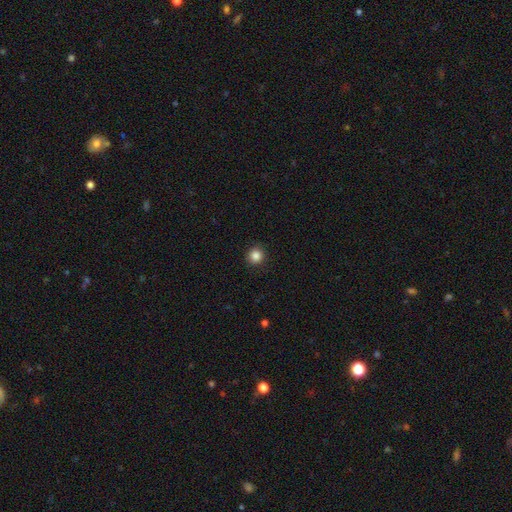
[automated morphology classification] The model was most divided on "smooth or featured": smooth: 85%, star or artifact: 11%, featured or disk: 4%. More confident: how rounded — round (92%); merging — none (91%).